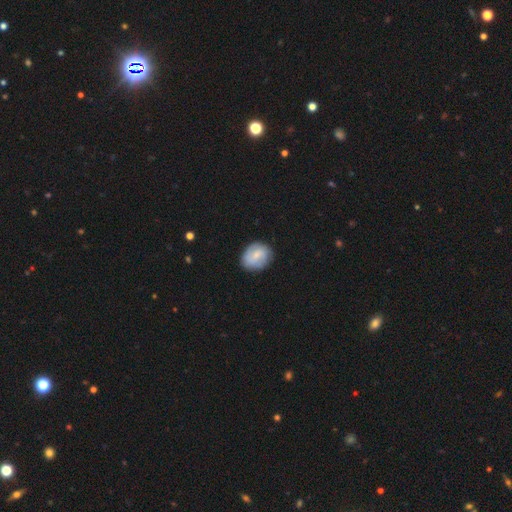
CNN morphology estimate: type=smooth (55%); roundness=round (62%); merging=none (80%).